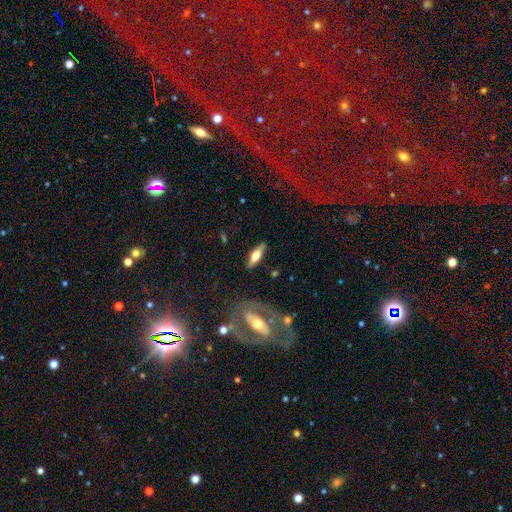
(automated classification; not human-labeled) Smooth or featured? Predicted: smooth (p=0.53). How rounded? Predicted: in between (p=0.49). Merging? Predicted: none (p=0.84).